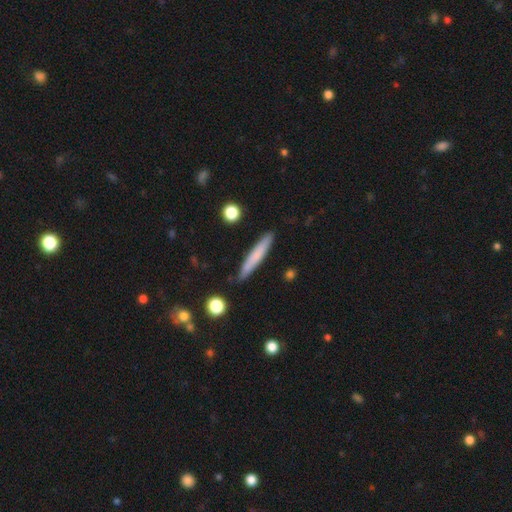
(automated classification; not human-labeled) The model was most divided on "smooth or featured": smooth: 70%, featured or disk: 24%, star or artifact: 6%. More confident: how rounded — cigar-shaped (95%); merging — none (87%).